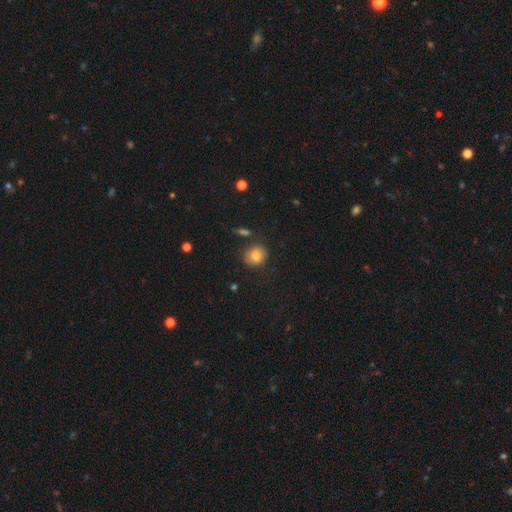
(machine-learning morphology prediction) Smooth or featured?
  - smooth: 78% *
  - featured or disk: 12%
  - star or artifact: 11%
How rounded?
  - round: 75% *
  - in between: 24%
  - cigar-shaped: 1%
Merging?
  - none: 77% *
  - minor disturbance: 15%
  - major disturbance: 4%
  - merger: 4%